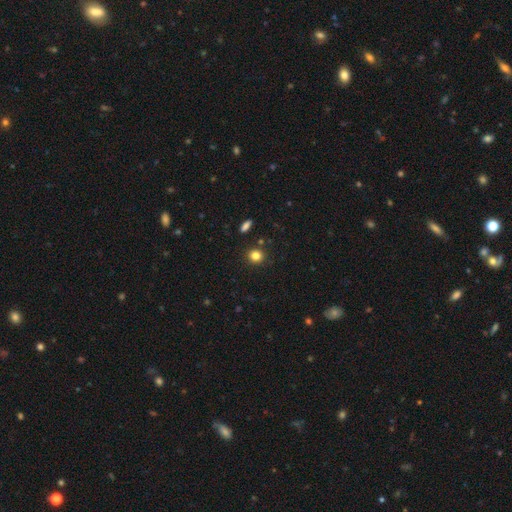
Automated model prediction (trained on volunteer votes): smooth-or-featured: smooth: 82% | star or artifact: 12% | featured or disk: 6%
  how-rounded: round: 83% | in between: 16% | cigar-shaped: 1%
  merging: none: 88% | minor disturbance: 7% | merger: 3% | major disturbance: 2%